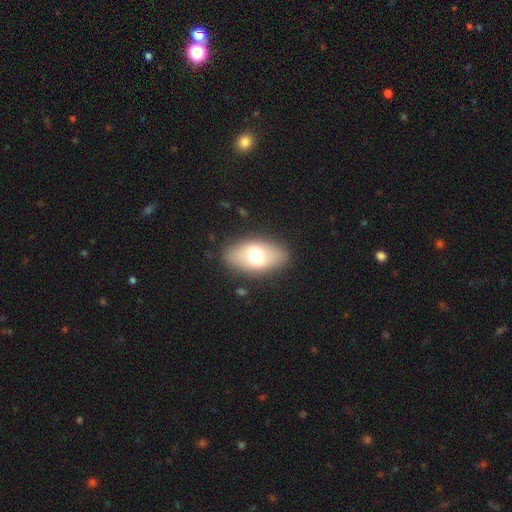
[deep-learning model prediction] A smooth galaxy with no disk features (64%) that is in between round and cigar-shaped (90%). Merging: none (84%).